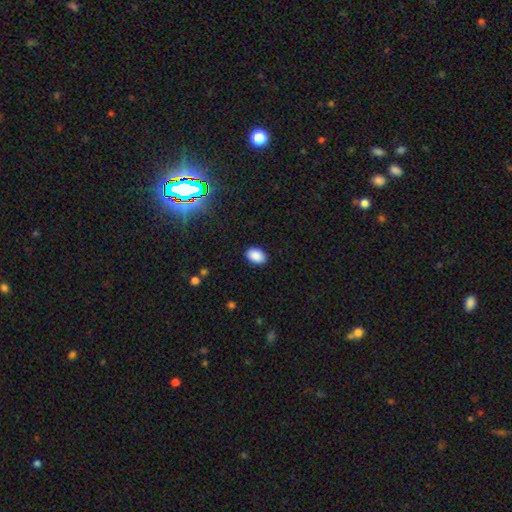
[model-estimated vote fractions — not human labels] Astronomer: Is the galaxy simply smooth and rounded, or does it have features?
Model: smooth — 88%.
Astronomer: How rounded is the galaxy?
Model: in between — 87%.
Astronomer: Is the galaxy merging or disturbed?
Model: none — 89%.